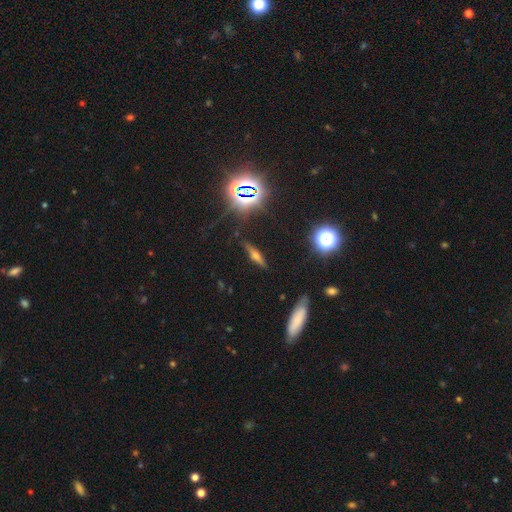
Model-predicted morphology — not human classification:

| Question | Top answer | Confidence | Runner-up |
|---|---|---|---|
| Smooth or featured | featured or disk | 50% | smooth (28%) |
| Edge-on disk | yes | 92% | no (8%) |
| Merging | none | 84% | minor disturbance (11%) |